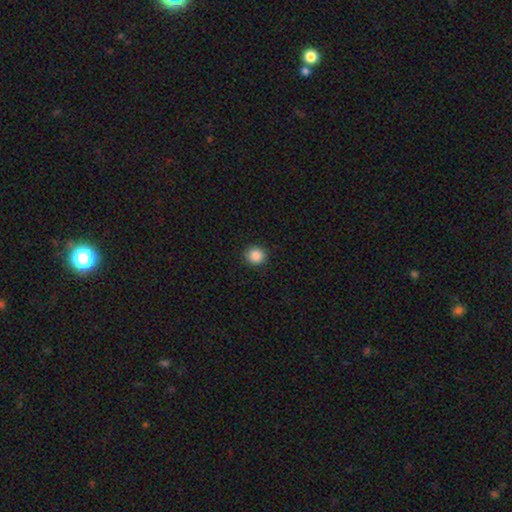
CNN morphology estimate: Smooth or featured? smooth (88%)
How rounded? round (90%)
Merging? none (92%)